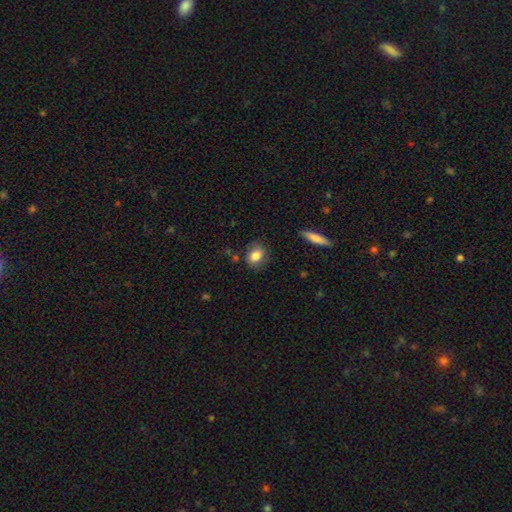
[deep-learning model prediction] Morphology: type=smooth (82%); roundness=in between (51%); merging=none (79%).